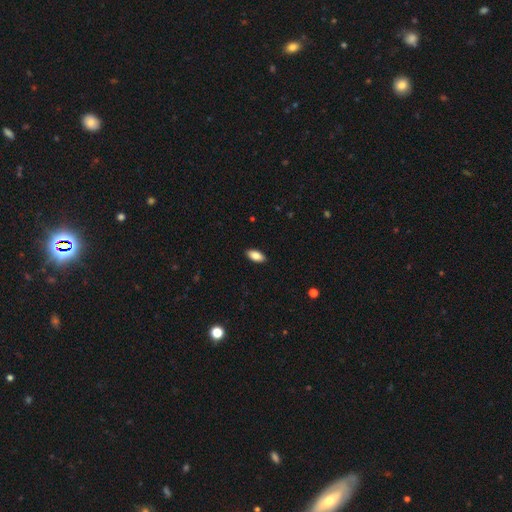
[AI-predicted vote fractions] A smooth galaxy with no disk features (87%) that is in between round and cigar-shaped (91%). Merging: none (90%).